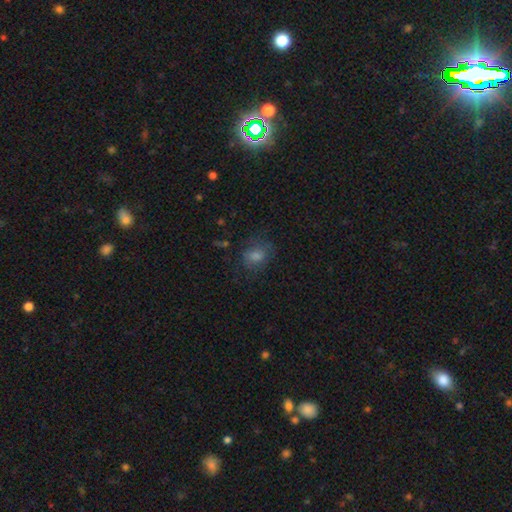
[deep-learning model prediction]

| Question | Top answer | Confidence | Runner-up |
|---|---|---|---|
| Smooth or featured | smooth | 60% | star or artifact (23%) |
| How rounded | in between | 50% | round (48%) |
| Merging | none | 68% | minor disturbance (19%) |